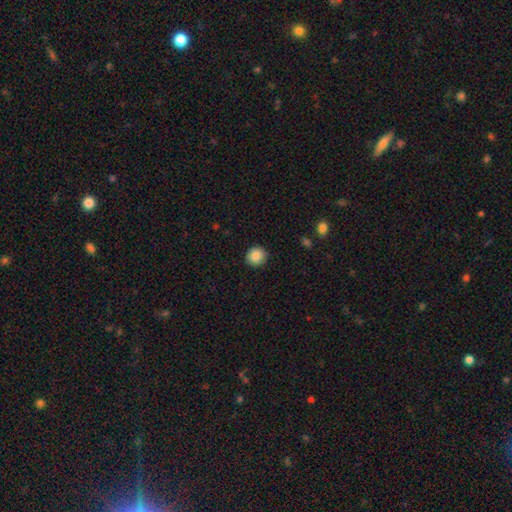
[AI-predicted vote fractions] A smooth galaxy with no disk features (87%) that is round (88%).

Vote fractions:
- Smooth or featured? smooth: 87% / star or artifact: 9% / featured or disk: 4%
- How rounded? round: 88% / in between: 11% / cigar-shaped: 1%
- Merging? none: 89% / minor disturbance: 8% / major disturbance: 2% / merger: 1%